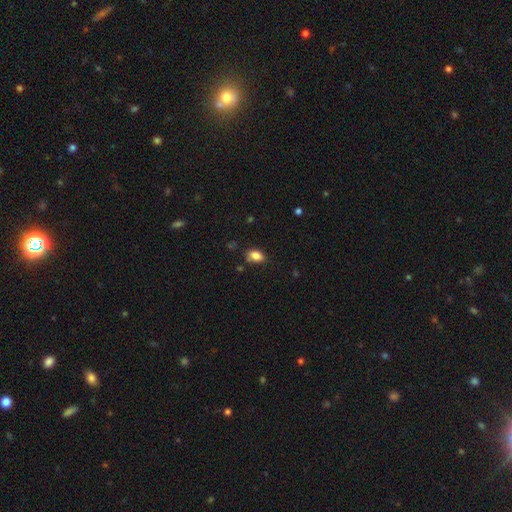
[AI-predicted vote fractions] A smooth galaxy with no disk features (85%) that is in between round and cigar-shaped (88%). Merging: none (78%).